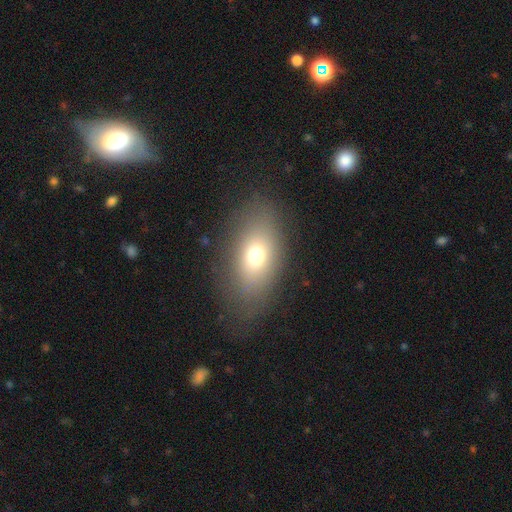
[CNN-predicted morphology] Q: Smooth or featured?
A: smooth (70%); runner-up: featured or disk (17%)
Q: How rounded?
A: in between (81%); runner-up: round (16%)
Q: Merging?
A: none (78%); runner-up: minor disturbance (13%)